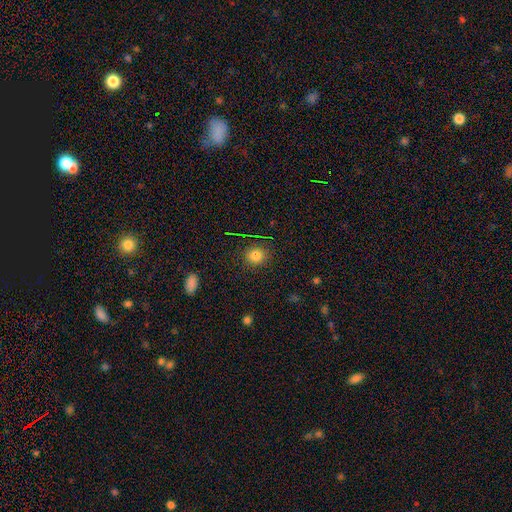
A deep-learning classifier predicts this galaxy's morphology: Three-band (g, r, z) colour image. It shows a smooth galaxy with no disk features (78%) that is round (83%). Merging: none (87%).